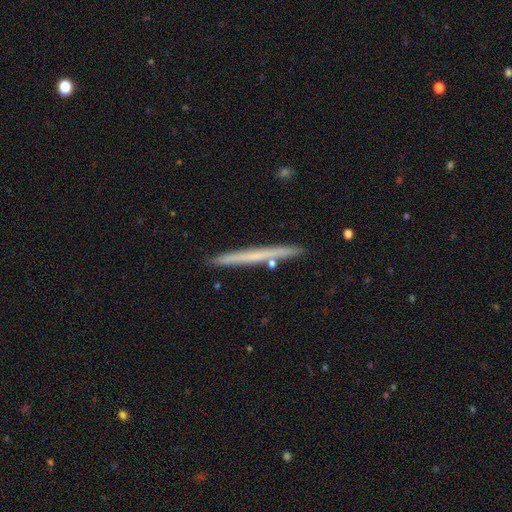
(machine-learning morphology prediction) smooth_or_featured: featured or disk (p=0.48) [alt: smooth p=0.46]
merging: none (p=0.88) [alt: minor disturbance p=0.08]